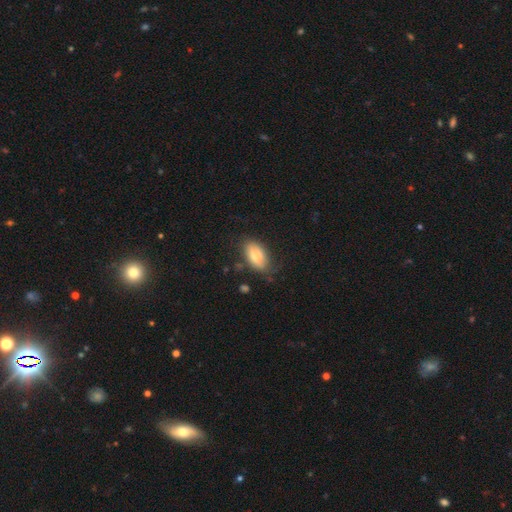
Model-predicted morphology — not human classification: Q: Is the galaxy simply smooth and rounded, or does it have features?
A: smooth — 77%.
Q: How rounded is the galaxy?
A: in between — 92%.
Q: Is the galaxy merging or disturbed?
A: none — 66%.